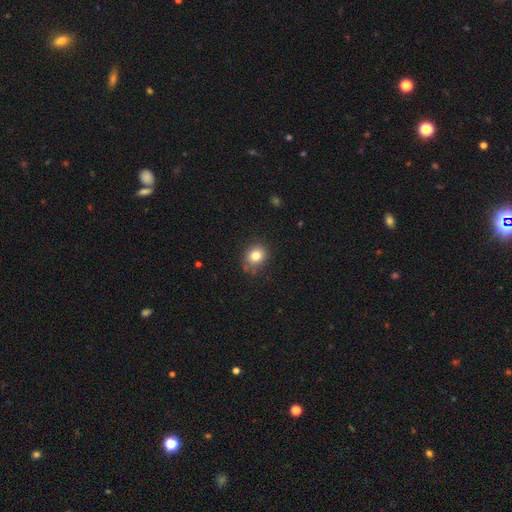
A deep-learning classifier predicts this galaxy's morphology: smooth 81%, star or artifact 11%, featured or disk 7%. Down the decision tree: how rounded — round (69%); merging — none (77%).